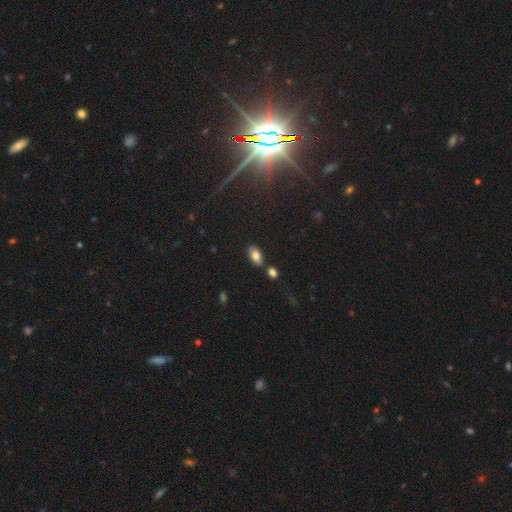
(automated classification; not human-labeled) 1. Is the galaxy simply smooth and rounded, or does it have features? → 81% smooth, 10% featured or disk, 9% star or artifact.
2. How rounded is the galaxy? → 92% in between, 5% round, 3% cigar-shaped.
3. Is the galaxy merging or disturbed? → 76% none, 11% minor disturbance, 10% merger, 3% major disturbance.